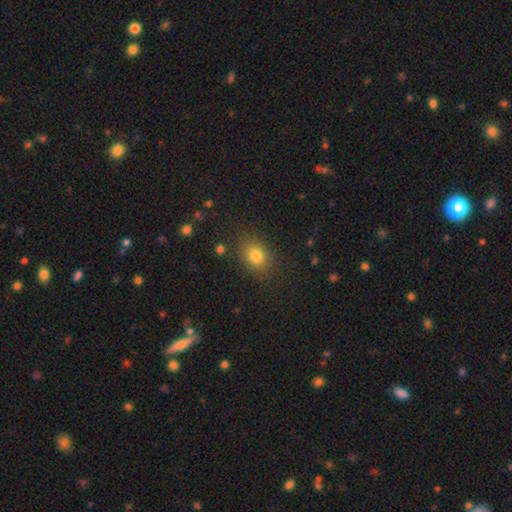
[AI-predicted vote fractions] Smooth or featured? Predicted: smooth (p=0.79). How rounded? Predicted: in between (p=0.54). Merging? Predicted: none (p=0.82).